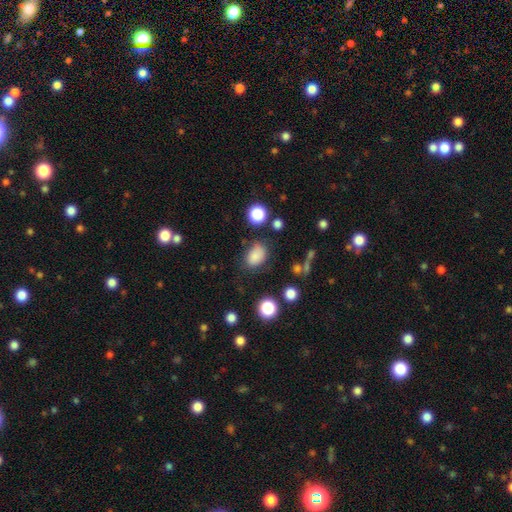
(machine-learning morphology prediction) smooth-or-featured: smooth: 83% | star or artifact: 12% | featured or disk: 6%
  how-rounded: in between: 79% | round: 20% | cigar-shaped: 1%
  merging: none: 66% | minor disturbance: 22% | major disturbance: 7% | merger: 5%